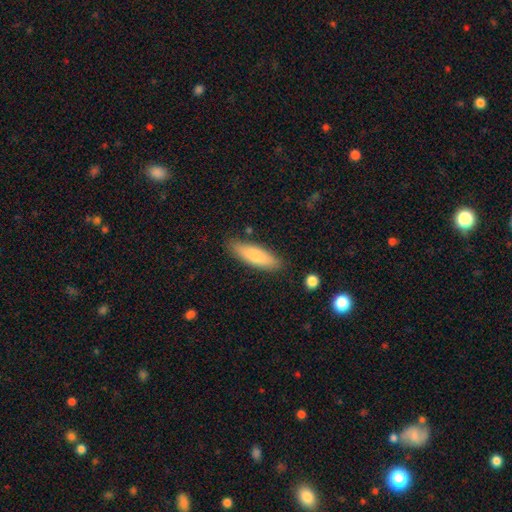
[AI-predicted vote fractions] Smooth or featured: smooth — 76% (featured or disk — 18%)
How rounded: cigar-shaped — 52% (in between — 47%)
Merging: none — 83% (minor disturbance — 13%)